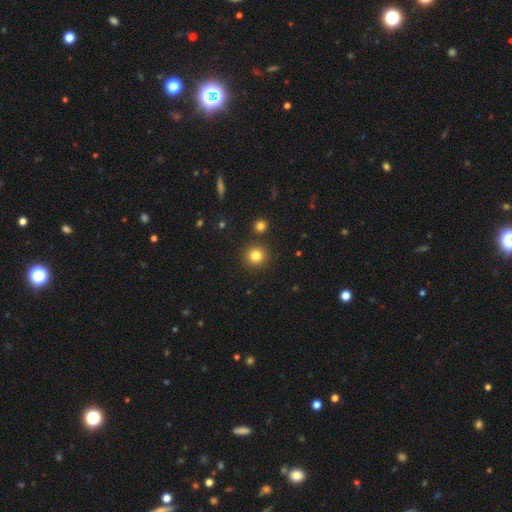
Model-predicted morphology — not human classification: Smooth or featured: smooth — 83% (star or artifact — 12%)
How rounded: round — 93% (in between — 6%)
Merging: none — 88% (minor disturbance — 6%)